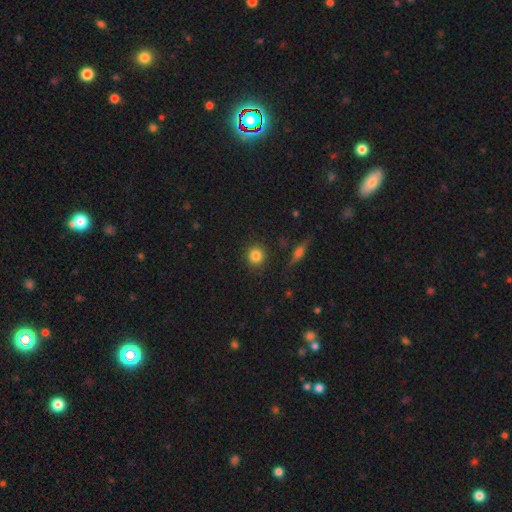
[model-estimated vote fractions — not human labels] Smooth or featured?
  - smooth: 83% *
  - star or artifact: 10%
  - featured or disk: 7%
How rounded?
  - round: 91% *
  - in between: 8%
  - cigar-shaped: 1%
Merging?
  - none: 89% *
  - minor disturbance: 7%
  - major disturbance: 2%
  - merger: 2%